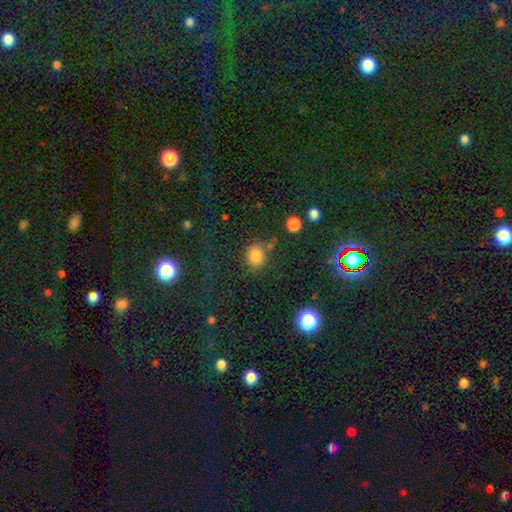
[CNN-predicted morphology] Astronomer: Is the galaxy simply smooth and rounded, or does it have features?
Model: smooth — 80%.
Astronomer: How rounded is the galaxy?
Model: round — 65%.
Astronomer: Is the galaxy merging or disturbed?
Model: none — 72%.